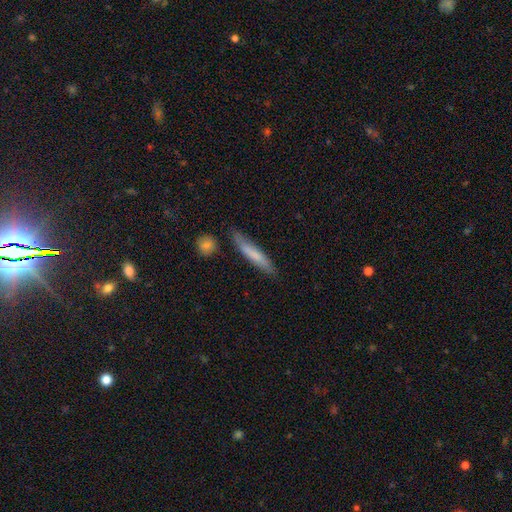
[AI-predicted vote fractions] This is likely a smooth galaxy (65%). How rounded: clearly cigar-shaped (91%). Merging: likely none (79%).